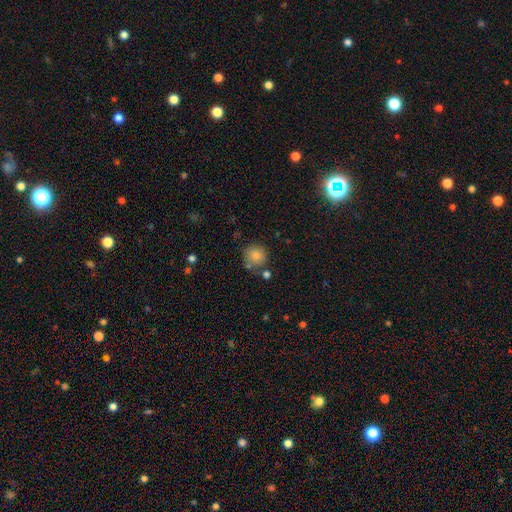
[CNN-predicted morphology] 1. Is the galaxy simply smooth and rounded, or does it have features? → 83% smooth, 10% star or artifact, 7% featured or disk.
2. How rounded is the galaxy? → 90% round, 9% in between, 1% cigar-shaped.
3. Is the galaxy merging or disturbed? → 74% none, 13% minor disturbance, 9% merger, 4% major disturbance.